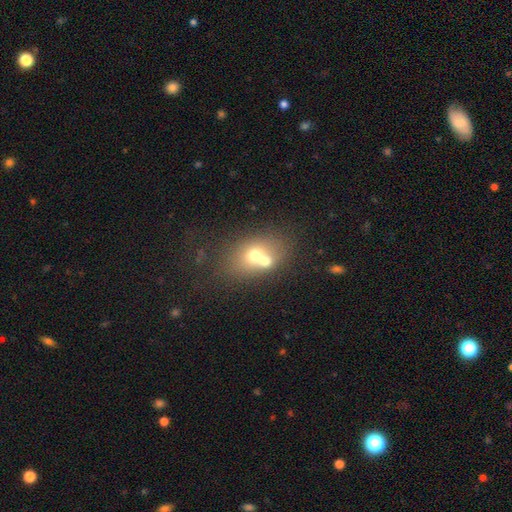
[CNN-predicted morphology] Smooth or featured? Predicted: smooth (p=0.62). How rounded? Predicted: in between (p=0.56). Merging? Predicted: merger (p=0.57).